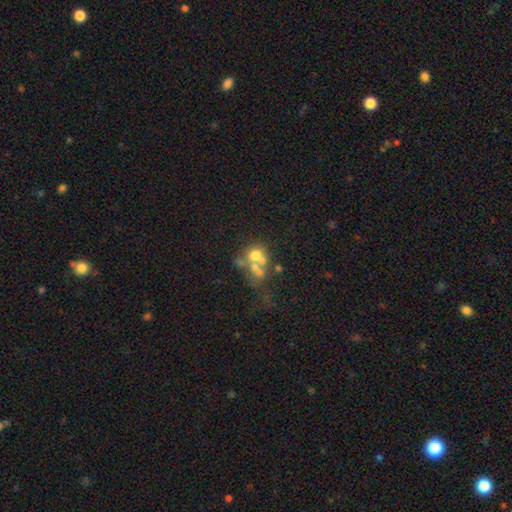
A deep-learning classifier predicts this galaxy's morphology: Overall: smooth (45%; featured or disk 38%). Merging: merger (54%; none 24%).